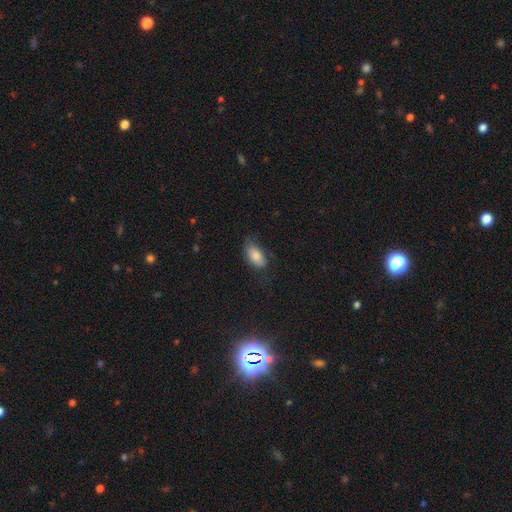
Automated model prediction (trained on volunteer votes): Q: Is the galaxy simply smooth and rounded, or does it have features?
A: smooth — 77%.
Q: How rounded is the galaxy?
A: in between — 91%.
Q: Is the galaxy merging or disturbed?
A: none — 57%.